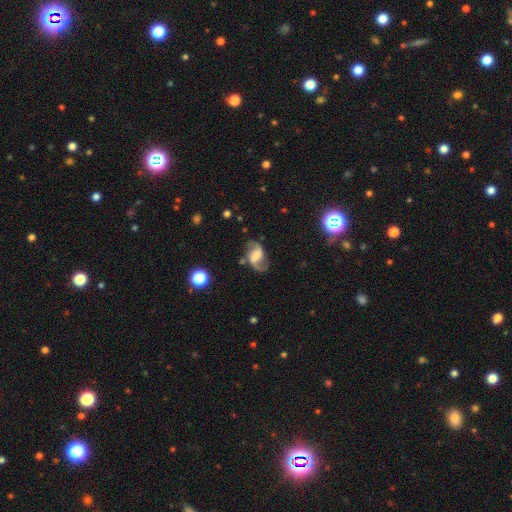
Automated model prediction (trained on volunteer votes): This appears to be a featured or disk galaxy (80%) with a weak bar (45%), 2 (91%) loose (56%) spiral arms (94%) and no central bulge (35%). Merging: none (71%).